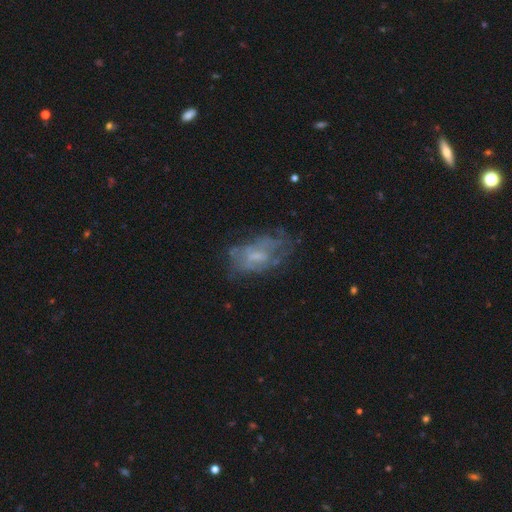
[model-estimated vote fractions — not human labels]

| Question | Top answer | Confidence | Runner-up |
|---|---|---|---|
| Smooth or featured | featured or disk | 58% | smooth (29%) |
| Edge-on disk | no | 94% | yes (6%) |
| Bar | no | 65% | weak (30%) |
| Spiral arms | no | 59% | yes (41%) |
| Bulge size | small | 45% | moderate (29%) |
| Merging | none | 54% | minor disturbance (23%) |